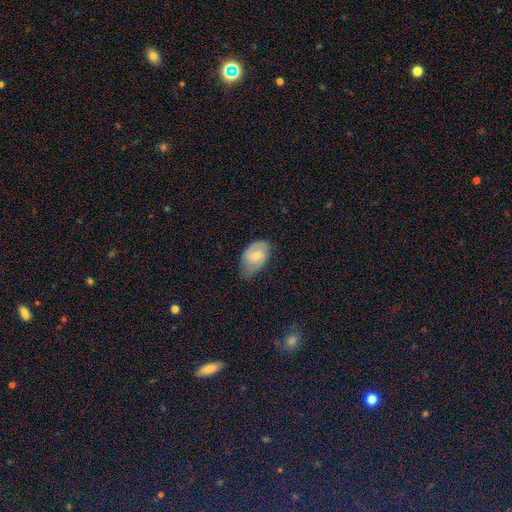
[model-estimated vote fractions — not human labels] A smooth galaxy with no disk features (51%) that is in between round and cigar-shaped (88%).

Vote fractions:
- Smooth or featured? smooth: 51% / featured or disk: 43% / star or artifact: 7%
- How rounded? in between: 88% / round: 11% / cigar-shaped: 1%
- Merging? none: 56% / minor disturbance: 35% / major disturbance: 8% / merger: 1%